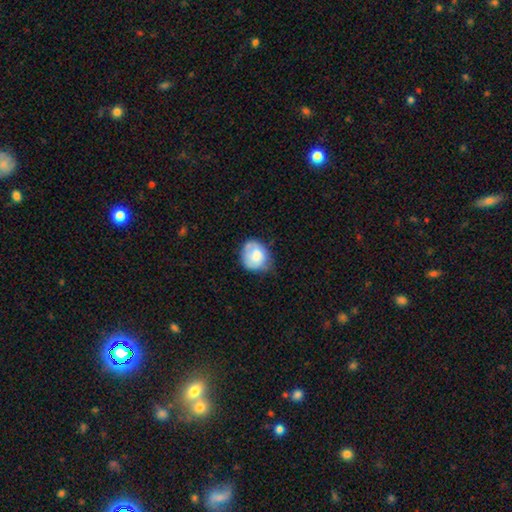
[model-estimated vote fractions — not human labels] Q: Smooth or featured?
A: smooth (68%); runner-up: featured or disk (25%)
Q: How rounded?
A: round (61%); runner-up: in between (39%)
Q: Merging?
A: none (48%); runner-up: minor disturbance (38%)